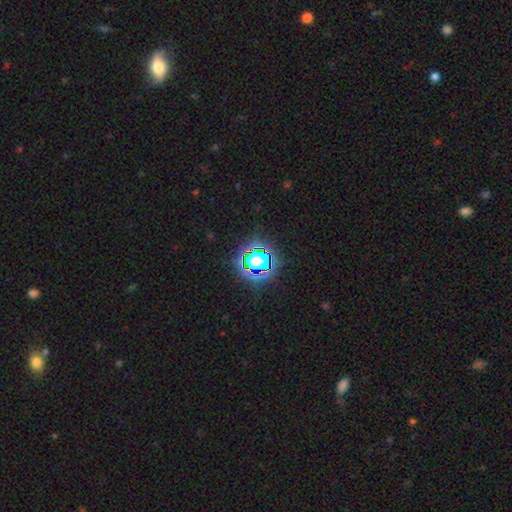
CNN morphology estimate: The model was most divided on "smooth or featured": star or artifact: 77%, smooth: 15%, featured or disk: 7%.